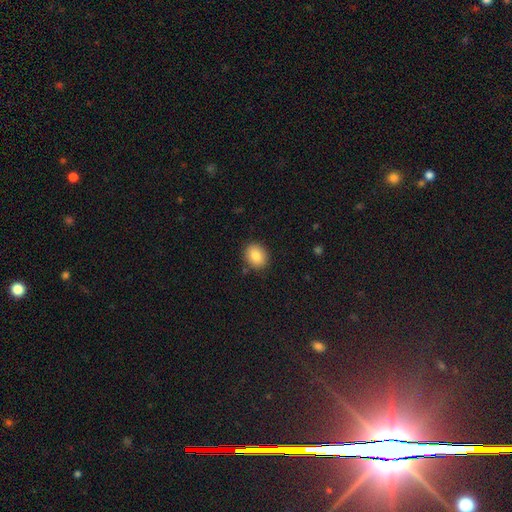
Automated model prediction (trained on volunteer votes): A smooth galaxy with no disk features (84%) that is round (54%). Merging: none (87%).